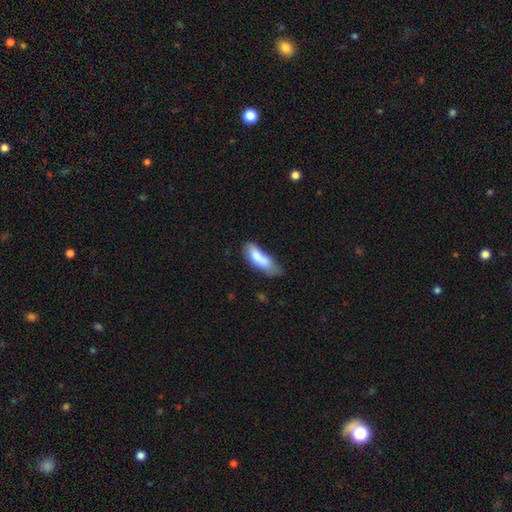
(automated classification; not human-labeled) smooth 76%, featured or disk 17%, star or artifact 7%. Down the decision tree: how rounded — in between (59%); merging — minor disturbance (34%).